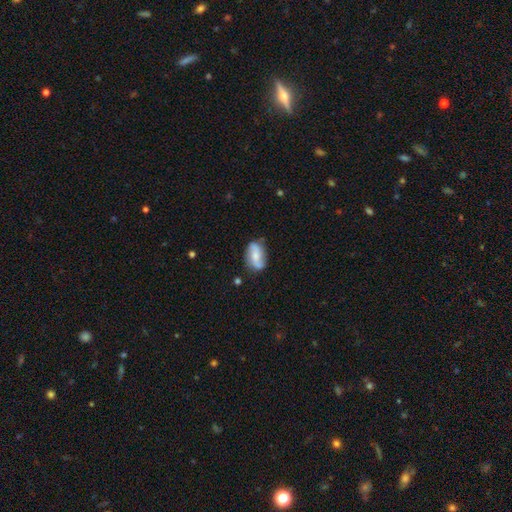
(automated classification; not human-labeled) featured or disk 61%, smooth 32%, star or artifact 7%. Down the decision tree: edge-on disk — no (95%); bar — no (52%); spiral arms — yes (90%); spiral arm count — 2 (90%); spiral winding — loose (64%); bulge size — moderate (46%); merging — none (77%).